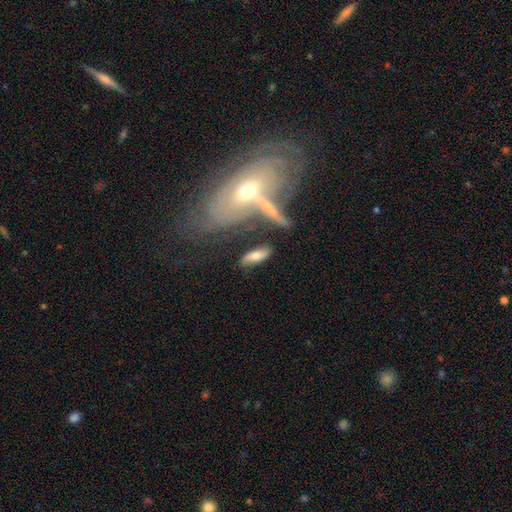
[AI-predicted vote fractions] A smooth galaxy with no disk features (68%) that is in between round and cigar-shaped (61%).

Vote fractions:
- Smooth or featured? smooth: 68% / featured or disk: 25% / star or artifact: 7%
- How rounded? in between: 61% / cigar-shaped: 36% / round: 3%
- Merging? none: 70% / minor disturbance: 15% / merger: 9% / major disturbance: 6%